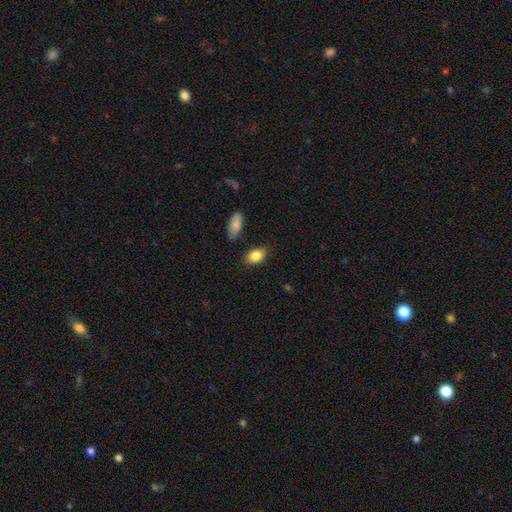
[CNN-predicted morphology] Smooth or featured: smooth — 86% (star or artifact — 8%)
How rounded: in between — 86% (round — 12%)
Merging: none — 82% (minor disturbance — 12%)